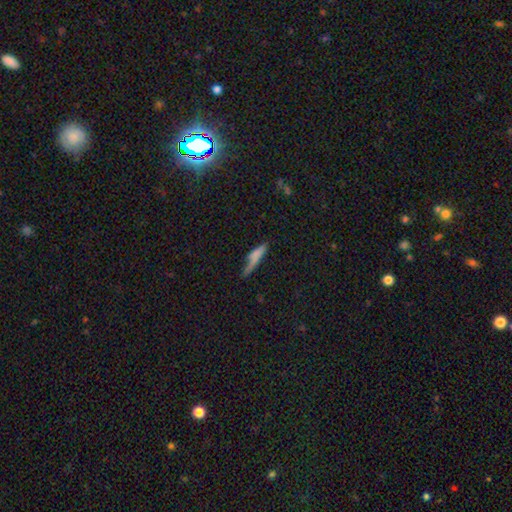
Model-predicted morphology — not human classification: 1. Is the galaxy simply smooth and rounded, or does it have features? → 67% smooth, 24% featured or disk, 10% star or artifact.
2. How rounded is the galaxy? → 79% cigar-shaped, 18% in between, 3% round.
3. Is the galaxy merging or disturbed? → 45% none, 30% minor disturbance, 17% major disturbance, 9% merger.